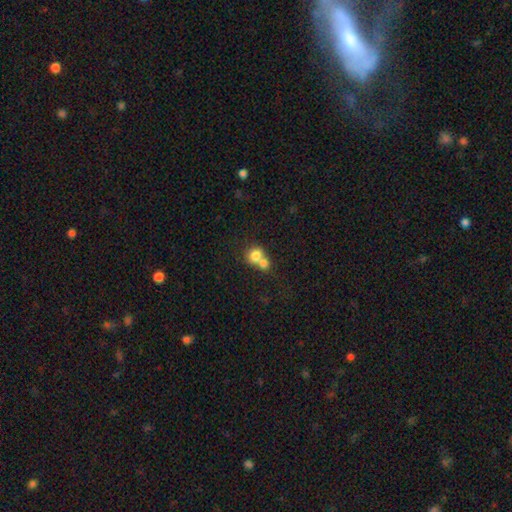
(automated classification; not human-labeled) Smooth or featured?
  - smooth: 77% *
  - featured or disk: 13%
  - star or artifact: 10%
How rounded?
  - round: 74% *
  - in between: 25%
  - cigar-shaped: 1%
Merging?
  - merger: 66% *
  - none: 26%
  - minor disturbance: 5%
  - major disturbance: 3%